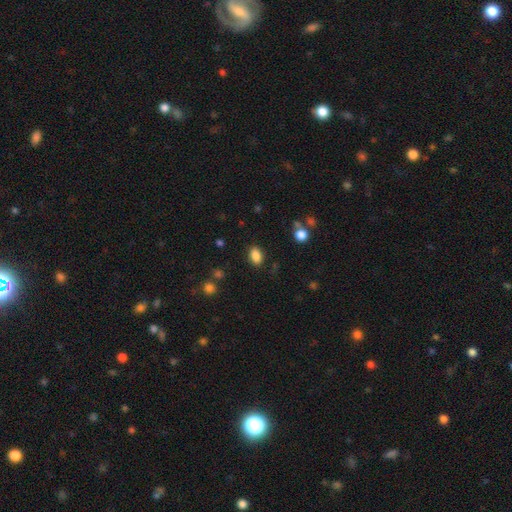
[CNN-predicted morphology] Smooth or featured: smooth — 86% (star or artifact — 9%)
How rounded: in between — 87% (round — 11%)
Merging: none — 85% (minor disturbance — 10%)